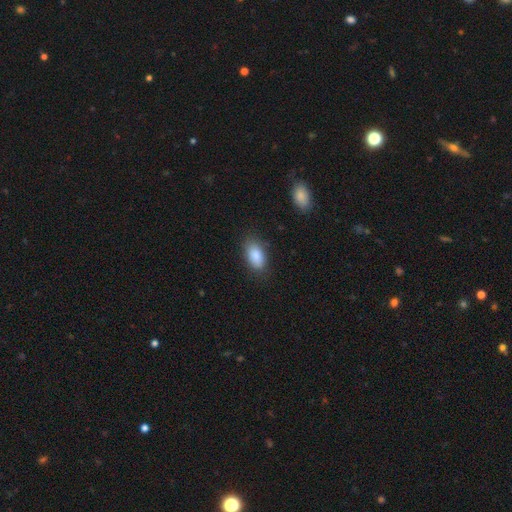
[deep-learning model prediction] Smooth or featured: smooth — 87% (star or artifact — 7%)
How rounded: in between — 92% (round — 5%)
Merging: none — 80% (minor disturbance — 15%)